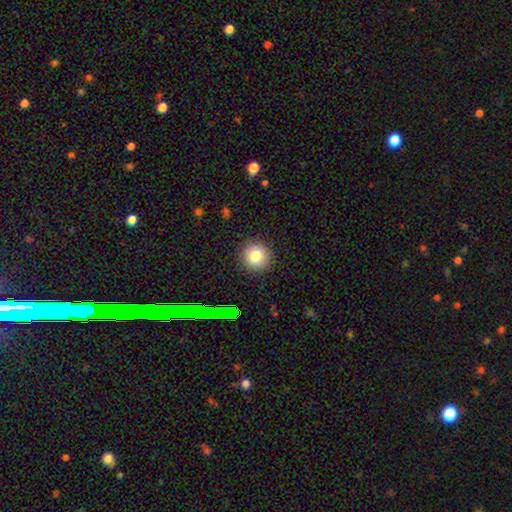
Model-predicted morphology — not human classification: Smooth or featured? Predicted: smooth (p=0.80). How rounded? Predicted: round (p=0.95). Merging? Predicted: none (p=0.91).